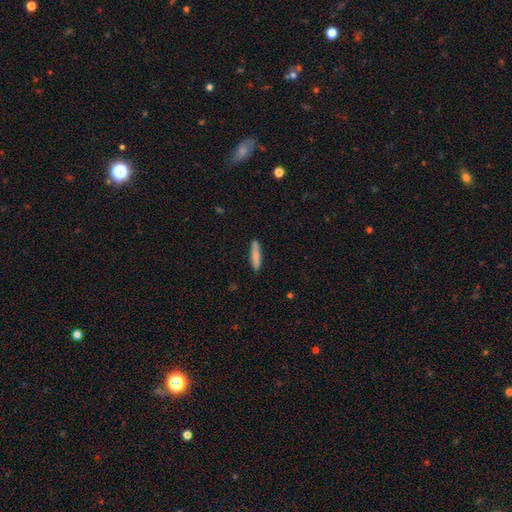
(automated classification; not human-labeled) smooth 81%, featured or disk 13%, star or artifact 6%. Down the decision tree: how rounded — cigar-shaped (86%); merging — none (87%).